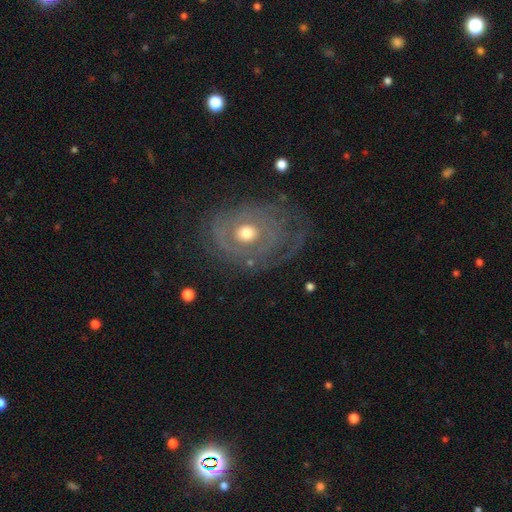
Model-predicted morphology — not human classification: Smooth or featured? Predicted: featured or disk (p=0.67). Edge-on disk? Predicted: no (p=0.95). Bar? Predicted: no (p=0.75). Spiral arms? Predicted: yes (p=0.73). Bulge size? Predicted: moderate (p=0.53). Merging? Predicted: none (p=0.75).